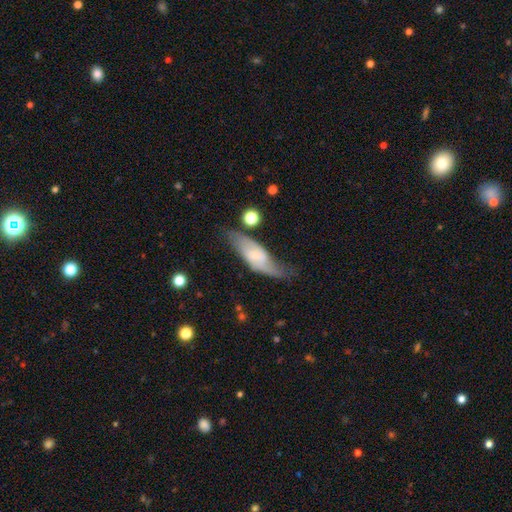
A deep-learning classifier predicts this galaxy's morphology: smooth-or-featured: featured or disk: 55% | smooth: 37% | star or artifact: 7%
  disk-edge-on: no: 75% | yes: 25%
  merging: none: 54% | minor disturbance: 27% | major disturbance: 14% | merger: 5%